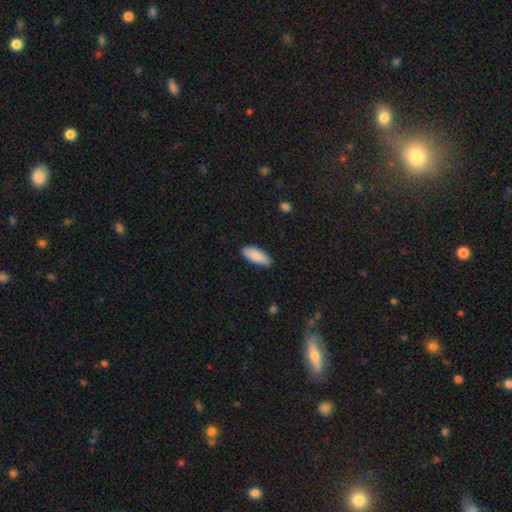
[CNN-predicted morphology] smooth 88%, featured or disk 6%, star or artifact 6%. Down the decision tree: how rounded — in between (78%); merging — none (84%).